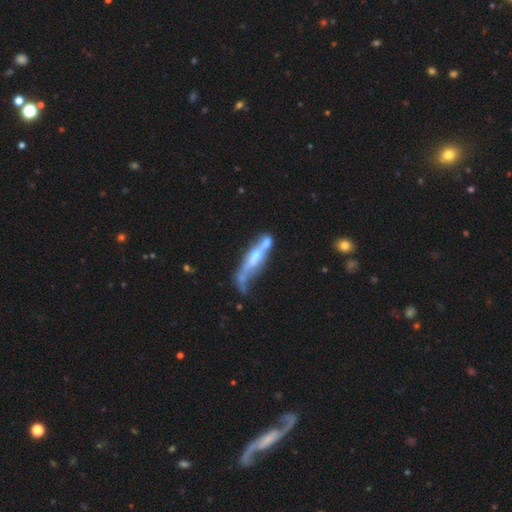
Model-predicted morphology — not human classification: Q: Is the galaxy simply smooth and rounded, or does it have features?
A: featured or disk — 67%.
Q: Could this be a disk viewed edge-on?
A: yes — 57%.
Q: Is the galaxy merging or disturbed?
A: merger — 38%.